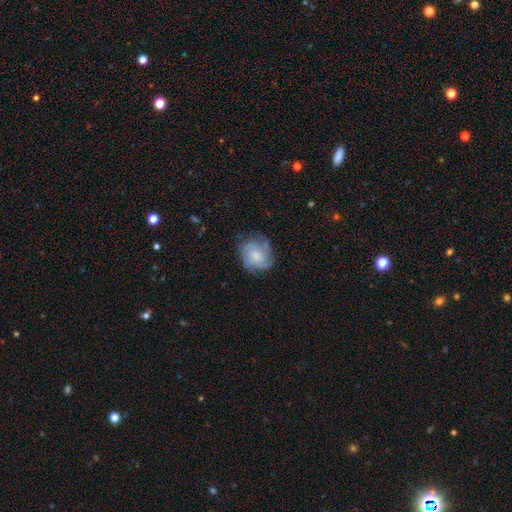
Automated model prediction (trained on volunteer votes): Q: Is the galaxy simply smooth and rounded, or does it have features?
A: featured or disk — 50%.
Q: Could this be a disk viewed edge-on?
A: no — 97%.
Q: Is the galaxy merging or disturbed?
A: none — 63%.